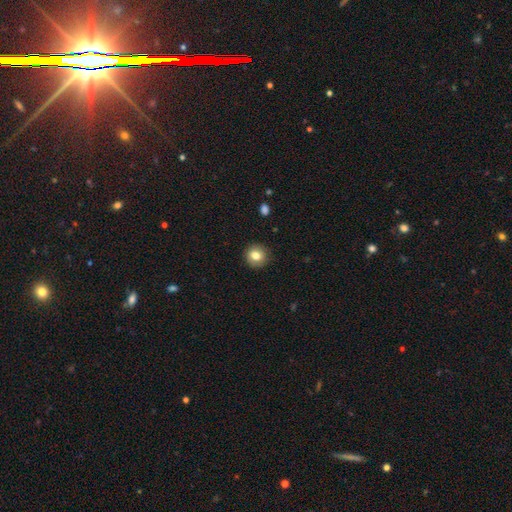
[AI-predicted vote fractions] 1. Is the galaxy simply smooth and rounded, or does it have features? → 80% smooth, 11% featured or disk, 10% star or artifact.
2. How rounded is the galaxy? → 89% round, 10% in between, 1% cigar-shaped.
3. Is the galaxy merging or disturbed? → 89% none, 7% minor disturbance, 2% major disturbance, 1% merger.